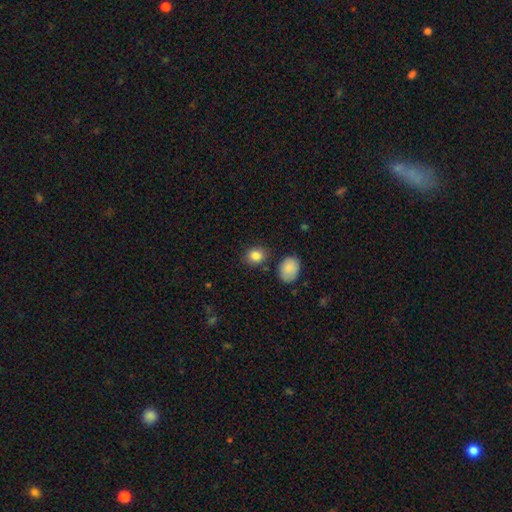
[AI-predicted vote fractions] A smooth galaxy with no disk features (86%) that is round (63%). Merging: none (81%).